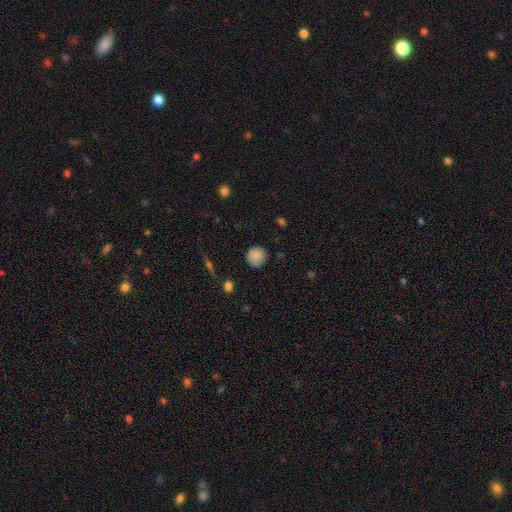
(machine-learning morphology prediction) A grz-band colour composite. It shows a smooth galaxy with no disk features (85%) that is round (89%). Merging: none (80%).